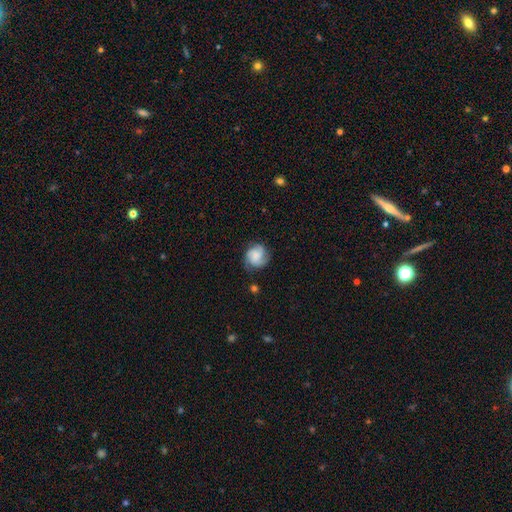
Overall: featured or disk (72%). Edge-on disk: no (100%). Bar: no (72%). Spiral arms: yes (93%). Spiral arm count: 3 (67%). Spiral winding: medium (48%; tight 41%). Bulge size: none (41%; small 38%). Merging: none (82%).